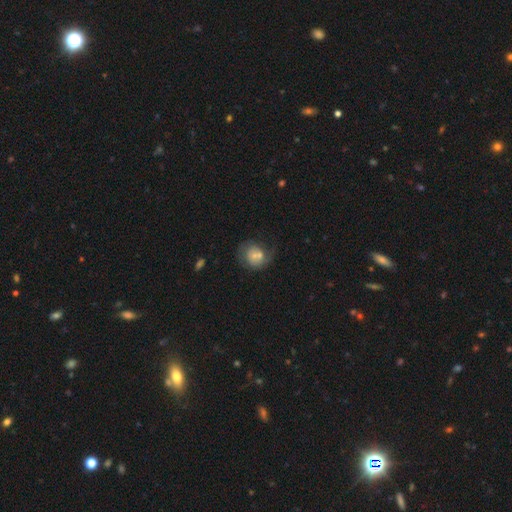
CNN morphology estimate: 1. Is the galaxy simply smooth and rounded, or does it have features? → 55% smooth, 37% featured or disk, 8% star or artifact.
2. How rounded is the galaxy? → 73% round, 26% in between, 1% cigar-shaped.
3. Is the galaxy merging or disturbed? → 38% none, 28% merger, 19% minor disturbance, 15% major disturbance.